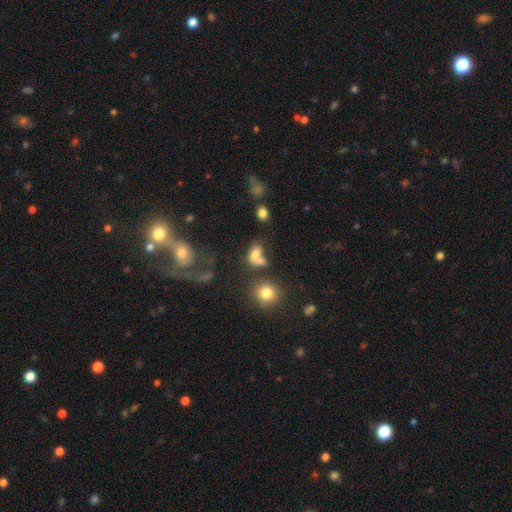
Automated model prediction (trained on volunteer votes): smooth_or_featured: smooth (p=0.68) [alt: featured or disk p=0.17]
how_rounded: in between (p=0.72) [alt: round p=0.25]
merging: merger (p=0.42) [alt: none p=0.25]